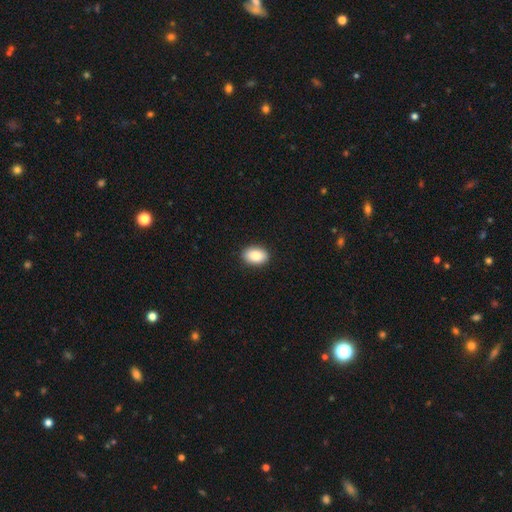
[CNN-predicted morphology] type=smooth (88%); roundness=in between (86%); merging=none (91%).